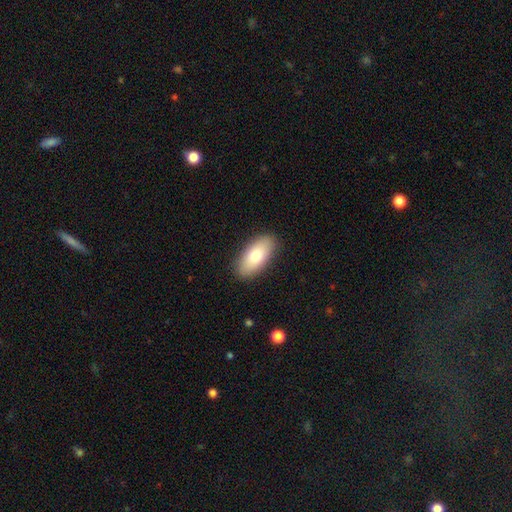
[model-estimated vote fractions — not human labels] A smooth galaxy with no disk features (76%) that is in between round and cigar-shaped (90%). Merging: none (88%).